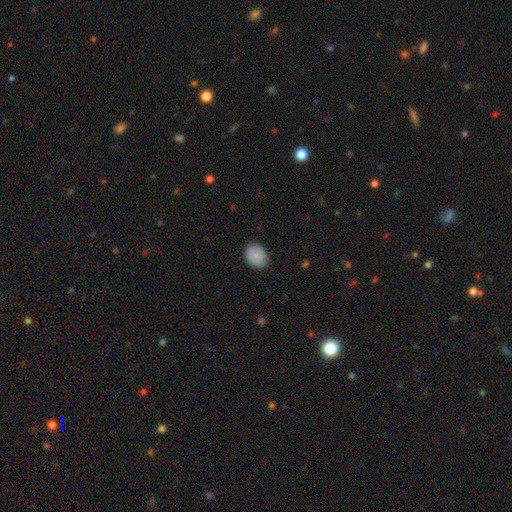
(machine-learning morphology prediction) Q: Smooth or featured?
A: smooth (87%); runner-up: star or artifact (7%)
Q: How rounded?
A: in between (64%); runner-up: round (36%)
Q: Merging?
A: none (84%); runner-up: minor disturbance (13%)